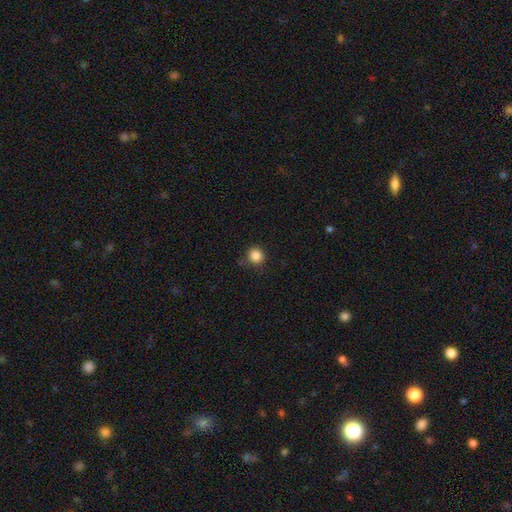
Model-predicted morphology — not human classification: A smooth galaxy with no disk features (86%) that is round (90%).

Vote fractions:
- Smooth or featured? smooth: 86% / star or artifact: 11% / featured or disk: 3%
- How rounded? round: 90% / in between: 9% / cigar-shaped: 1%
- Merging? none: 83% / minor disturbance: 12% / major disturbance: 3% / merger: 2%